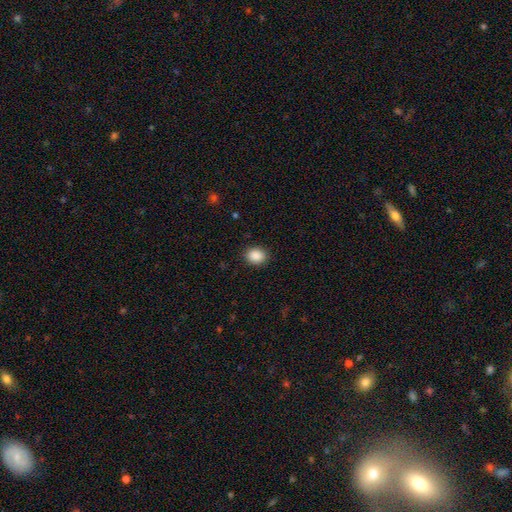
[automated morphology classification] Smooth or featured: smooth — 89% (star or artifact — 9%)
How rounded: round — 58% (in between — 42%)
Merging: none — 90% (minor disturbance — 7%)